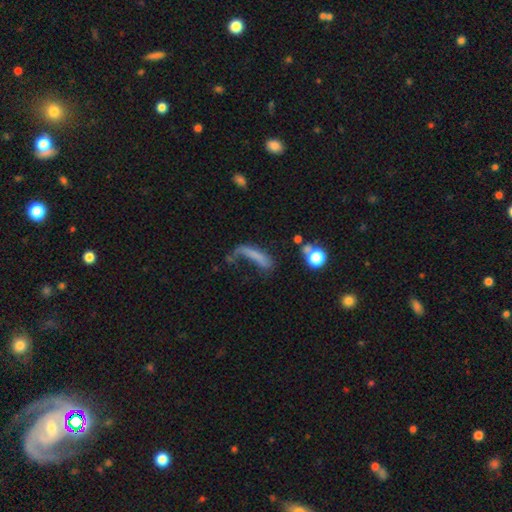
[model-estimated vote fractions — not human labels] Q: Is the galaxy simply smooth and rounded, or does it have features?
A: smooth — 58%.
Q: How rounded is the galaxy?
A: cigar-shaped — 68%.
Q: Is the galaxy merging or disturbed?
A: major disturbance — 39%.